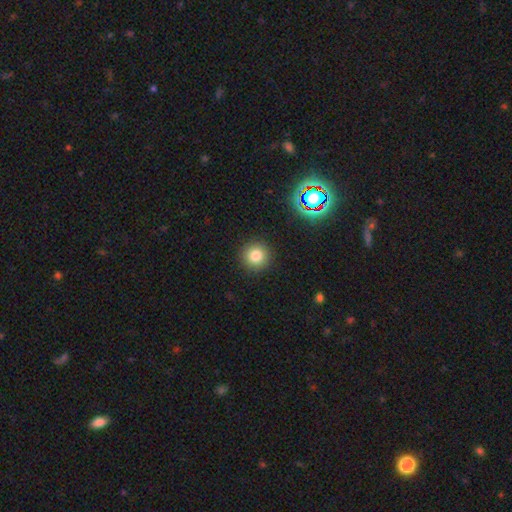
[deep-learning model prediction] This is clearly a smooth galaxy (81%). How rounded: clearly round (94%). Merging: clearly none (91%).